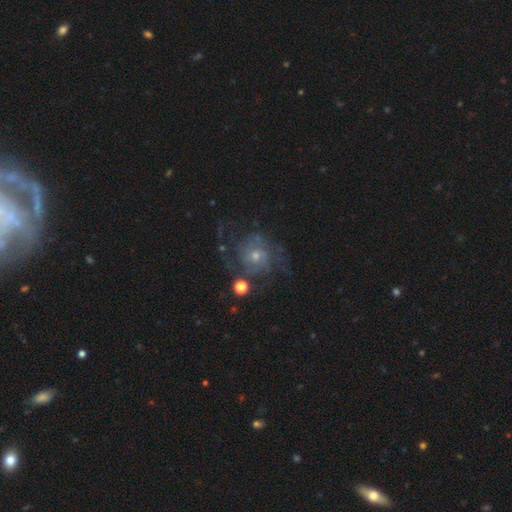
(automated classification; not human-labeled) A featured or disk galaxy (71%) with no bar (76%), tight (43%) spiral arms (86%) and a small central bulge (57%). Merging: none (62%).